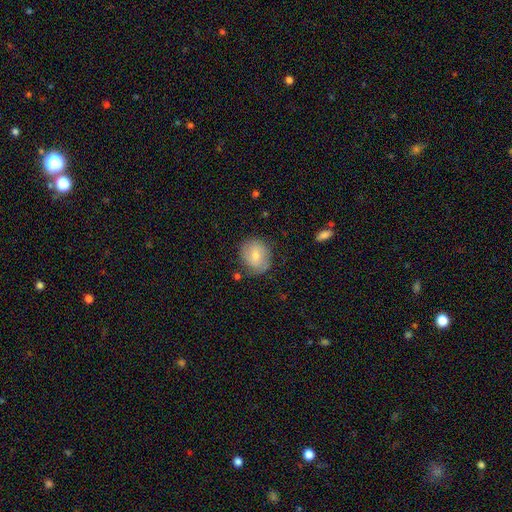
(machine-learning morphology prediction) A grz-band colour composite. It shows a smooth galaxy with no disk features (70%) that is round (69%). Merging: none (75%).